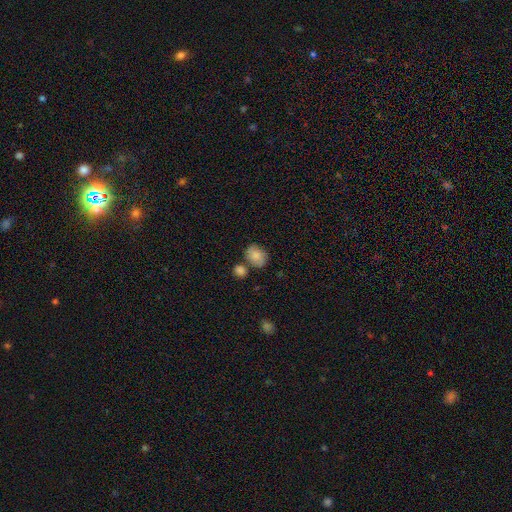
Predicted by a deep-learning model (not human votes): Q: Smooth or featured?
A: smooth (81%); runner-up: featured or disk (11%)
Q: How rounded?
A: in between (55%); runner-up: round (44%)
Q: Merging?
A: none (61%); runner-up: minor disturbance (18%)